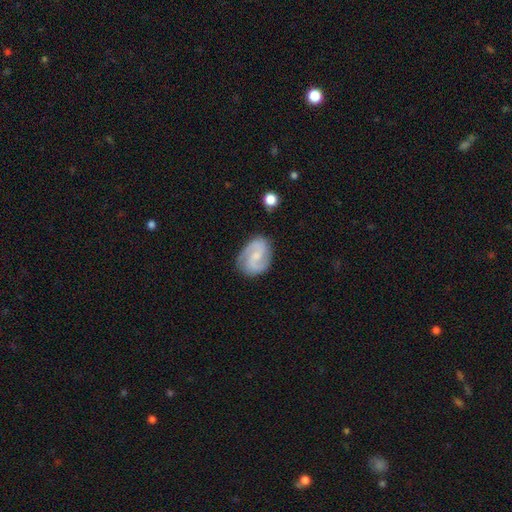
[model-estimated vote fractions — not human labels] A featured or disk galaxy (83%) with a weak bar (48%), 2 (90%) medium (53%) spiral arms (97%) and a small central bulge (52%).

Vote fractions:
- Smooth or featured? featured or disk: 83% / smooth: 12% / star or artifact: 5%
- Edge-on disk? no: 98% / yes: 2%
- Bar? weak: 48% / no: 40% / strong: 12%
- Spiral arms? yes: 97% / no: 3%
- Spiral winding? medium: 53% / tight: 26% / loose: 22%
- Spiral arm count? 2: 90% / can't tell: 4% / 3: 2% / 1: 2% / 4: 1% / more than 4: 1%
- Bulge size? small: 52% / moderate: 29% / none: 15% / large: 2% / dominant: 1%
- Merging? none: 81% / minor disturbance: 13% / major disturbance: 4% / merger: 2%